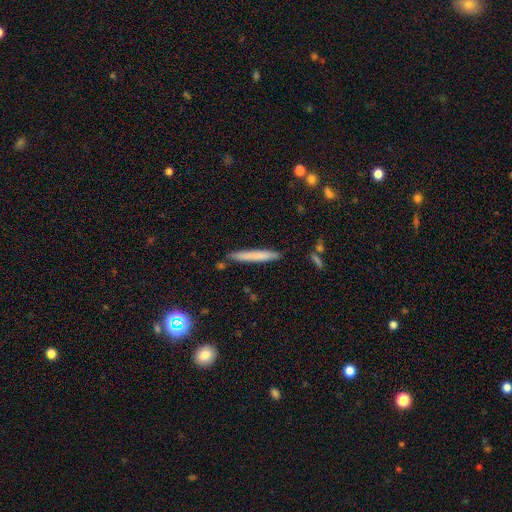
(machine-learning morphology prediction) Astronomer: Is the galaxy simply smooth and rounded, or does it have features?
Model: smooth — 70%.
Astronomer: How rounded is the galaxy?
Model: cigar-shaped — 96%.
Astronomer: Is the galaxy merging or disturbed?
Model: none — 86%.